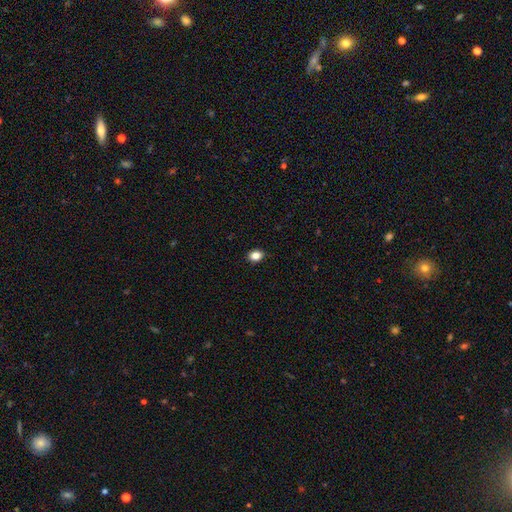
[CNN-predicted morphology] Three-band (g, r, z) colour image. It shows a smooth galaxy with no disk features (85%) that is in between round and cigar-shaped (60%). Merging: none (89%).